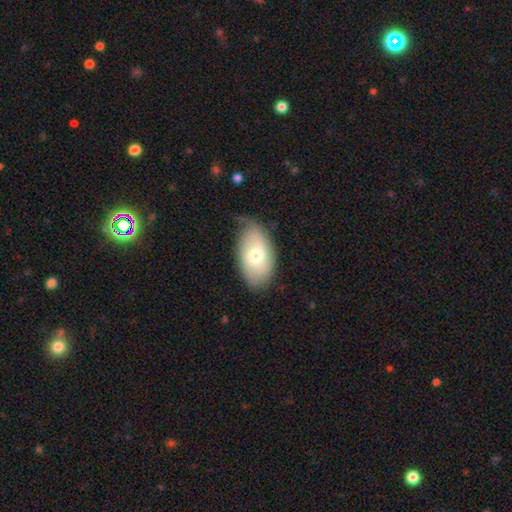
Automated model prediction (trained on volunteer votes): smooth_or_featured: smooth (p=0.65) [alt: featured or disk p=0.28]
how_rounded: in between (p=0.92) [alt: round p=0.06]
merging: none (p=0.62) [alt: minor disturbance p=0.28]